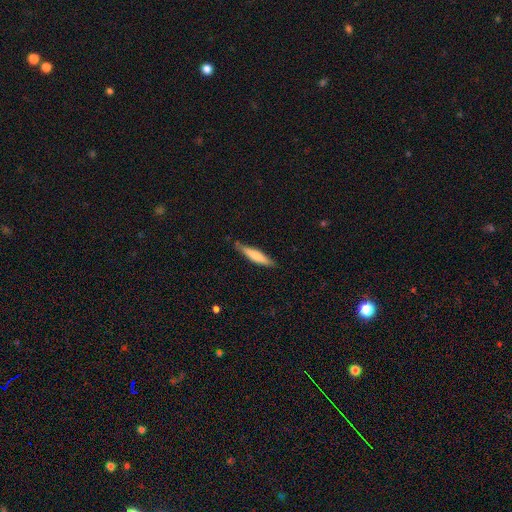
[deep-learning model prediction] smooth_or_featured: smooth (p=0.63) [alt: featured or disk p=0.31]
how_rounded: cigar-shaped (p=0.87) [alt: in between p=0.11]
merging: none (p=0.82) [alt: minor disturbance p=0.14]